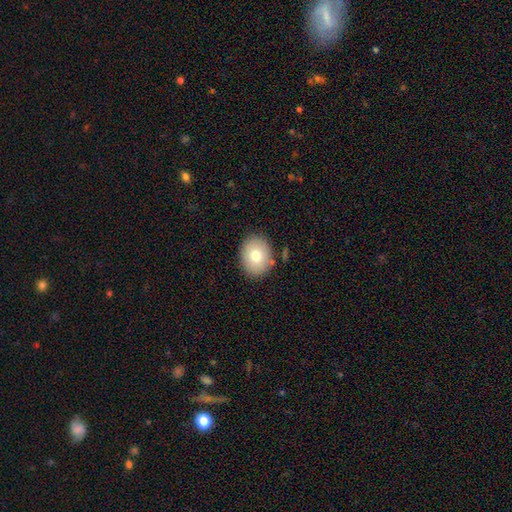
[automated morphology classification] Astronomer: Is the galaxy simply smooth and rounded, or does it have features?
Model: smooth — 75%.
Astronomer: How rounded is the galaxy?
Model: round — 51% (runner-up: in between, 48%).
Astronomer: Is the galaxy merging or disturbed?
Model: none — 84%.